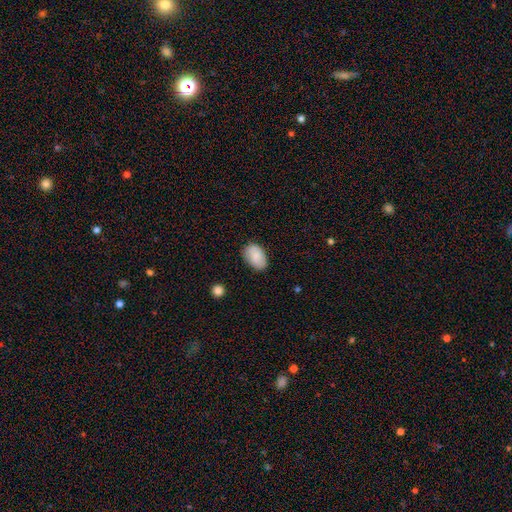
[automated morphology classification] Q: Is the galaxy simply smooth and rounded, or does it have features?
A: smooth — 86%.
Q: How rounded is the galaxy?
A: in between — 90%.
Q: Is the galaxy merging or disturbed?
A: none — 81%.